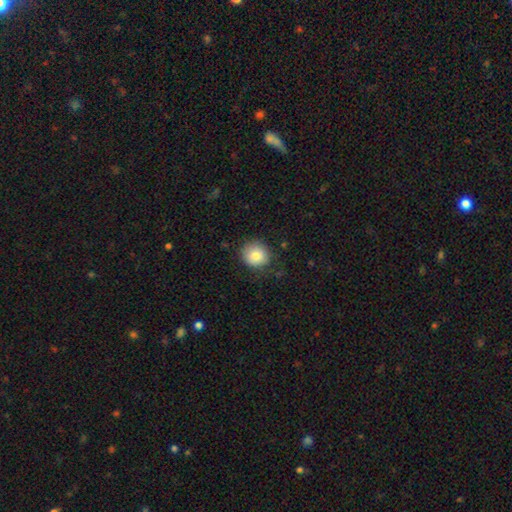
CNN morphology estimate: Smooth or featured: smooth — 82% (star or artifact — 9%)
How rounded: round — 87% (in between — 12%)
Merging: none — 79% (minor disturbance — 15%)